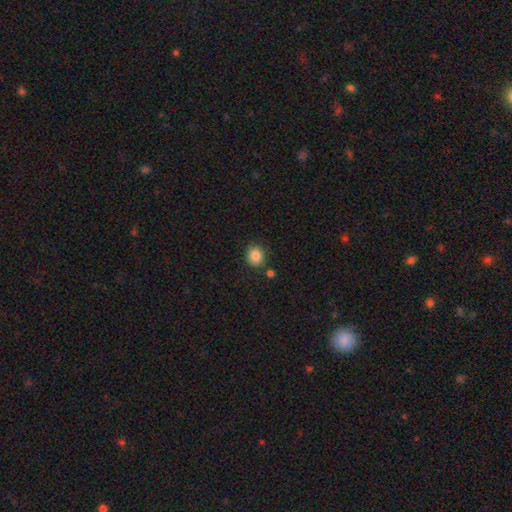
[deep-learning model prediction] This is clearly a smooth galaxy (85%). How rounded: likely round (77%). Merging: clearly none (81%).